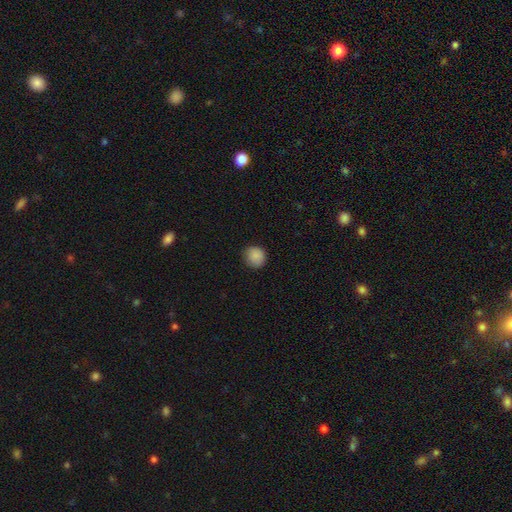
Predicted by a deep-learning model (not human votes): smooth-or-featured: smooth: 88% | star or artifact: 9% | featured or disk: 3%
  how-rounded: round: 86% | in between: 13% | cigar-shaped: 1%
  merging: none: 83% | minor disturbance: 13% | major disturbance: 3% | merger: 1%